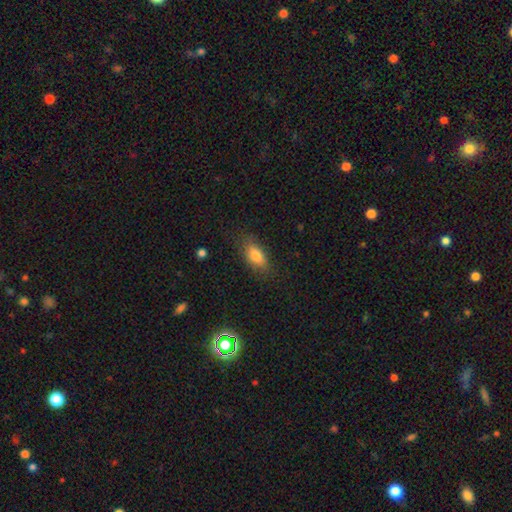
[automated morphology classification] A smooth galaxy with no disk features (78%) that is in between round and cigar-shaped (80%). Merging: none (79%).